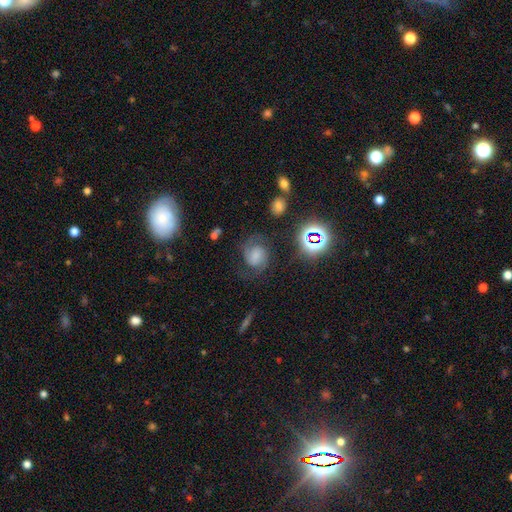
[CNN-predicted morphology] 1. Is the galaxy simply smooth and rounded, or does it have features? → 65% featured or disk, 21% smooth, 14% star or artifact.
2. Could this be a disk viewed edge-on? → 98% no, 2% yes.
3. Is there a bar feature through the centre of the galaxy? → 57% no, 34% weak, 10% strong.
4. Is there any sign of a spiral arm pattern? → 94% yes, 6% no.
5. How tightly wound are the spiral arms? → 53% medium, 28% tight, 19% loose.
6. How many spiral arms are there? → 88% 2, 5% can't tell, 3% 1, 2% 3, 1% 4, 1% more than 4.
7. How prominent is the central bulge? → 27% none, 24% small, 24% moderate, 19% large, 7% dominant.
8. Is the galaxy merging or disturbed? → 66% none, 18% minor disturbance, 14% major disturbance, 3% merger.